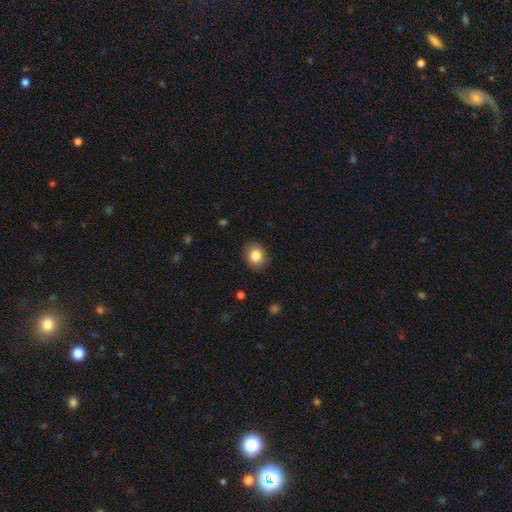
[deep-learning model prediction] Smooth or featured? Predicted: smooth (p=0.84). How rounded? Predicted: round (p=0.60). Merging? Predicted: none (p=0.87).